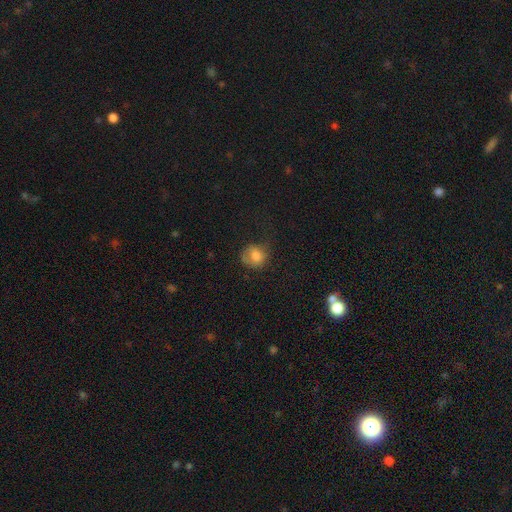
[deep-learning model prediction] Overall: smooth (77%). How rounded: round (76%). Merging: none (52%; minor disturbance 26%).